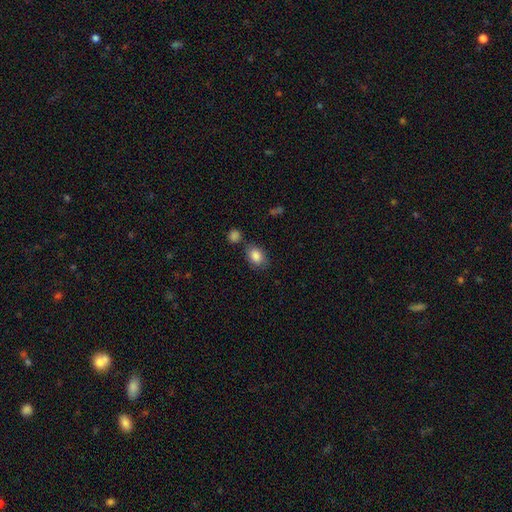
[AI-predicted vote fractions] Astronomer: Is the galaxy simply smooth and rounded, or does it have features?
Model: smooth — 86%.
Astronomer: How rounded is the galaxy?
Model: in between — 71%.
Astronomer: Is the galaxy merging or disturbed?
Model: none — 70%.